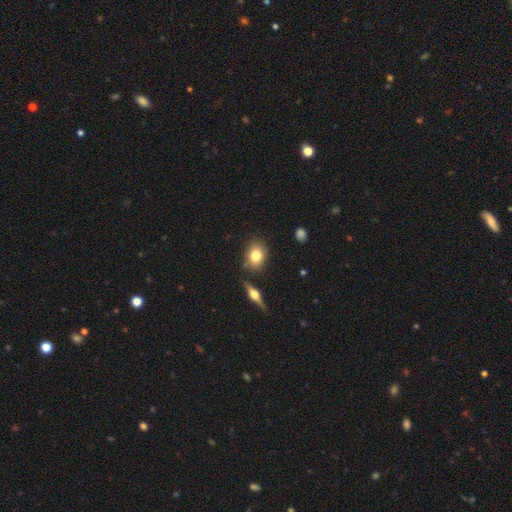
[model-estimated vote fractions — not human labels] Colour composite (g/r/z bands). It shows a smooth galaxy with no disk features (76%) that is in between round and cigar-shaped (57%). Merging: none (79%).